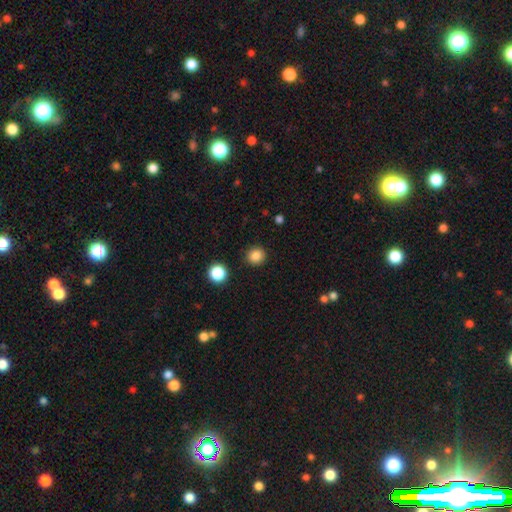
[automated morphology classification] type=smooth (85%); roundness=round (92%); merging=none (91%).